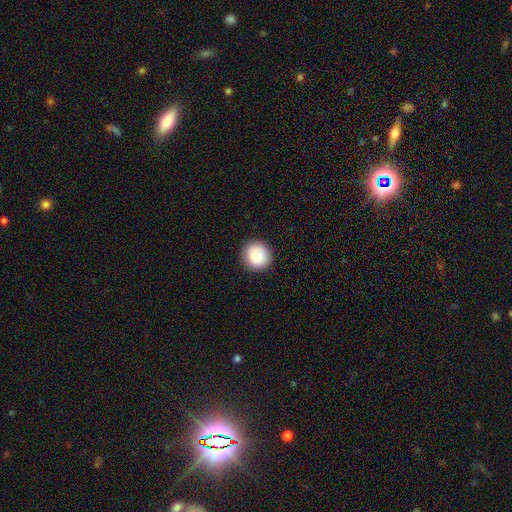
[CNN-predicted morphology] Overall: smooth (88%). How rounded: round (91%). Merging: none (91%).